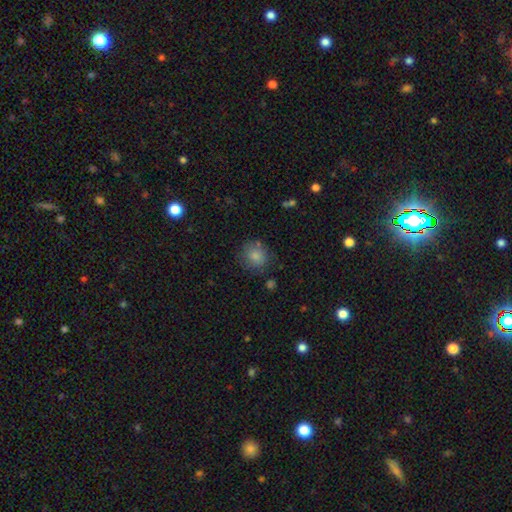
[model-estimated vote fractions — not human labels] The model was most divided on "merging": none: 75%, minor disturbance: 15%, major disturbance: 5%, merger: 4%. More confident: smooth or featured — smooth (83%); how rounded — round (83%).